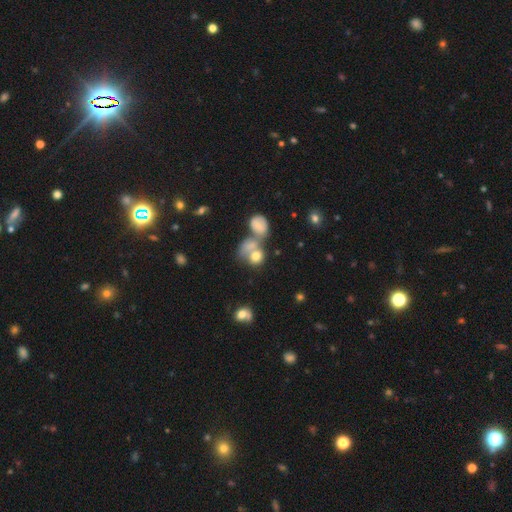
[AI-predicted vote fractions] Q: Smooth or featured?
A: smooth (69%); runner-up: featured or disk (18%)
Q: How rounded?
A: round (65%); runner-up: in between (33%)
Q: Merging?
A: merger (55%); runner-up: none (25%)